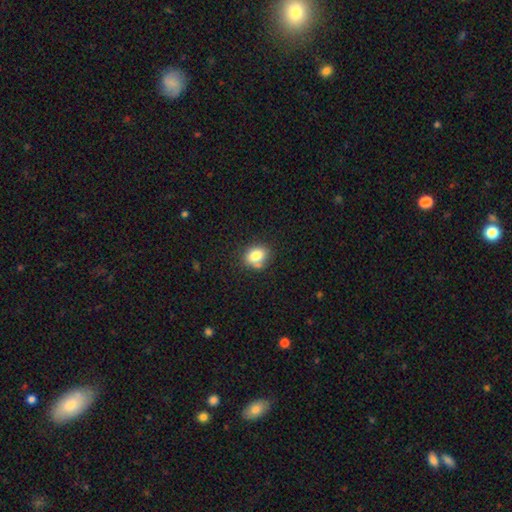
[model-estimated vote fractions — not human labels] smooth-or-featured: smooth: 80% | featured or disk: 10% | star or artifact: 10%
  how-rounded: in between: 53% | round: 45% | cigar-shaped: 1%
  merging: none: 66% | minor disturbance: 19% | merger: 10% | major disturbance: 5%